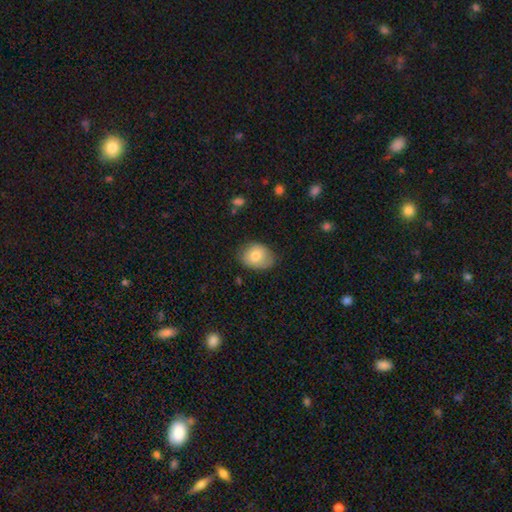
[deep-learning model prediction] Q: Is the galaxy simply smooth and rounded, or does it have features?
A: smooth — 76%.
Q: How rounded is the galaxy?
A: in between — 58%.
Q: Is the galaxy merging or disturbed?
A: none — 70%.